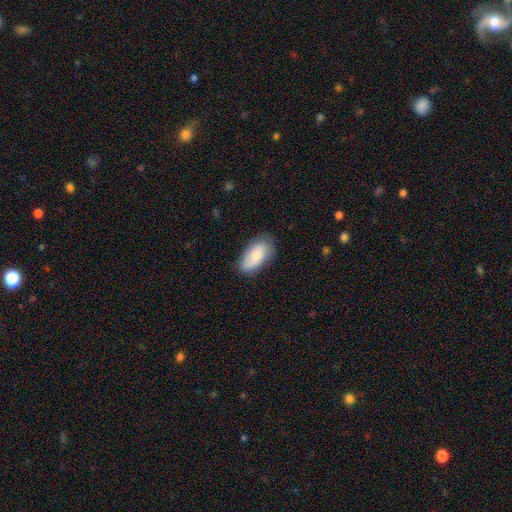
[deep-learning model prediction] The model was most divided on "merging": none: 75%, minor disturbance: 19%, major disturbance: 4%, merger: 1%. More confident: how rounded — in between (92%); smooth or featured — smooth (78%).